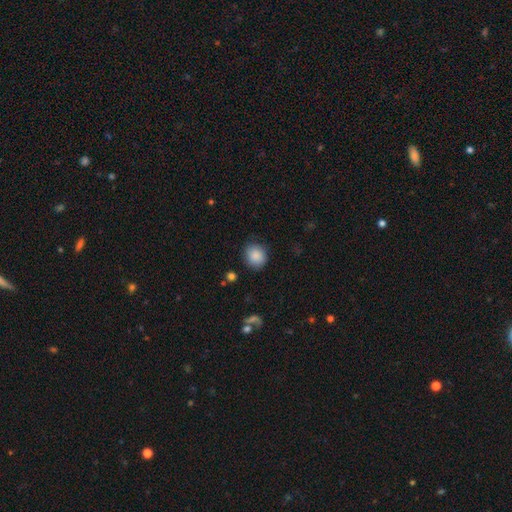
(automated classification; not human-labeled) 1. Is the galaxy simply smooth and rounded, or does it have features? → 88% smooth, 8% star or artifact, 5% featured or disk.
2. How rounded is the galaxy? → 81% round, 18% in between, 1% cigar-shaped.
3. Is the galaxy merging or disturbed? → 84% none, 11% minor disturbance, 3% major disturbance, 1% merger.